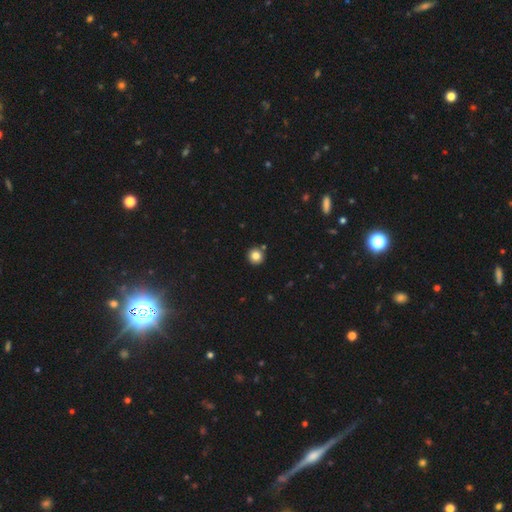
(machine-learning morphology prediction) The model was most divided on "smooth or featured": smooth: 82%, star or artifact: 11%, featured or disk: 6%. More confident: how rounded — round (95%); merging — none (88%).